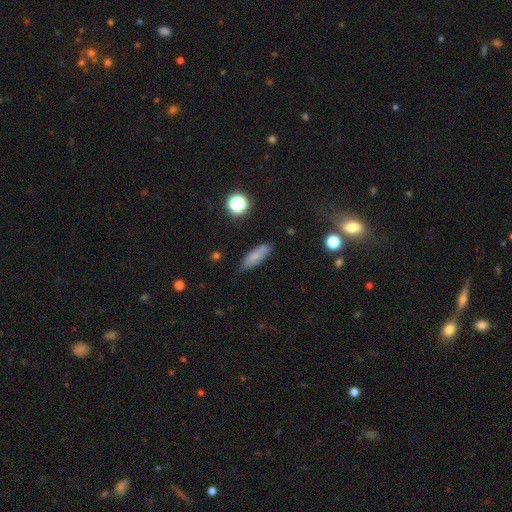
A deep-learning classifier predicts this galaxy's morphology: The model was most divided on "how rounded": in between: 55%, cigar-shaped: 41%, round: 4%. More confident: smooth or featured — smooth (75%); merging — none (73%).